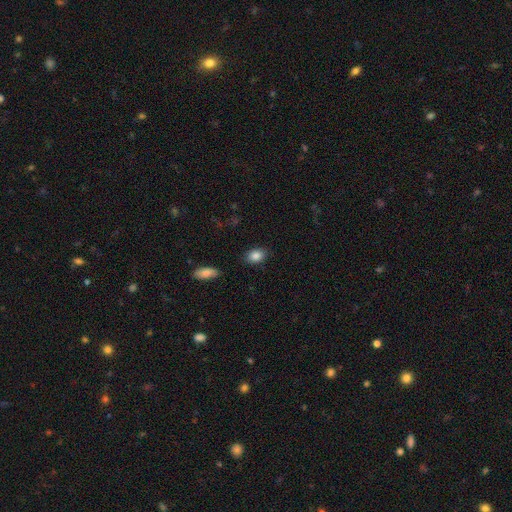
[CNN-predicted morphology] The model was most divided on "how rounded": in between: 76%, round: 22%, cigar-shaped: 1%. More confident: smooth or featured — smooth (86%); merging — none (86%).